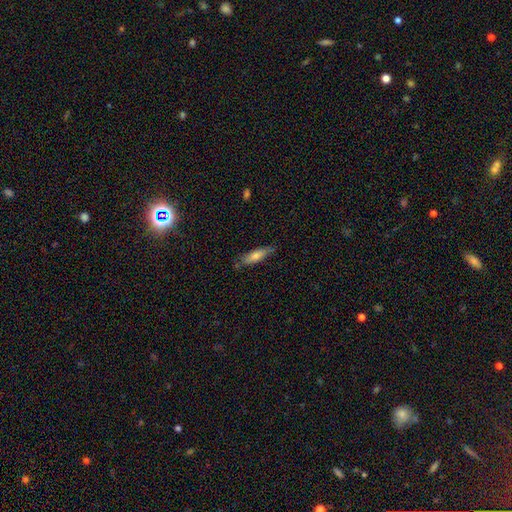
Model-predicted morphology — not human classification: Smooth or featured? Predicted: smooth (p=0.65). How rounded? Predicted: cigar-shaped (p=0.68). Merging? Predicted: none (p=0.79).